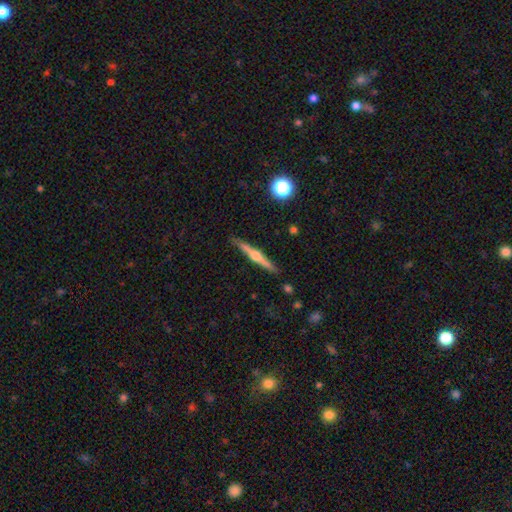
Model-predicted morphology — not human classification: Overall: featured or disk (74%). Edge-on disk: yes (98%). Edge-on bulge: rounded (90%). Merging: none (89%).